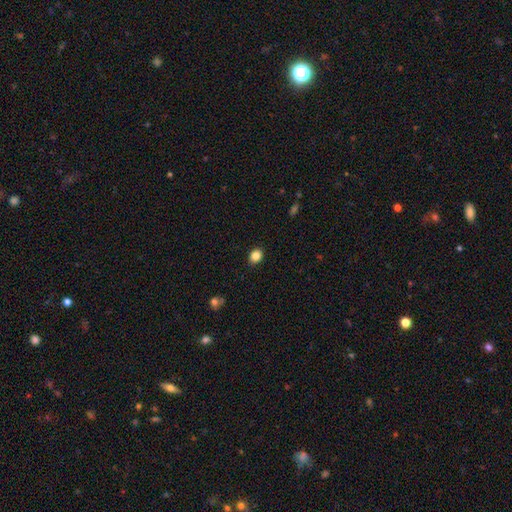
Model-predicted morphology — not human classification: Overall: smooth (86%). How rounded: in between (54%; round 45%). Merging: none (89%).